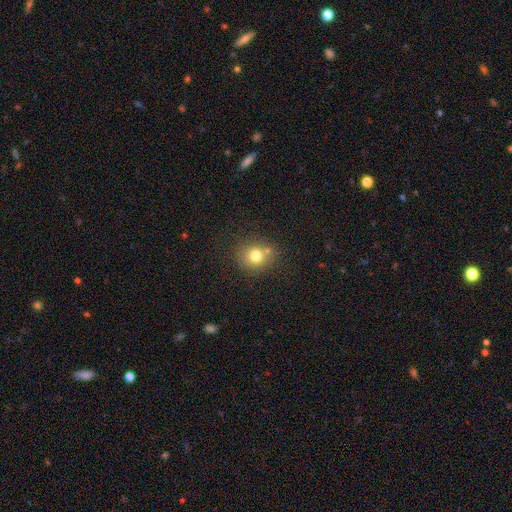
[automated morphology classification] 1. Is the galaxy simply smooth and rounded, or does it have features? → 76% smooth, 13% star or artifact, 11% featured or disk.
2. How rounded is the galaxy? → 83% round, 16% in between, 1% cigar-shaped.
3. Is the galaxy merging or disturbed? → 69% none, 15% merger, 12% minor disturbance, 4% major disturbance.